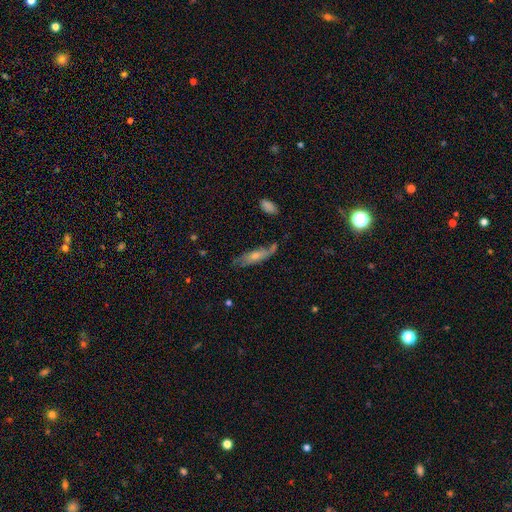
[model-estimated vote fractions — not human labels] smooth-or-featured: smooth: 54% | featured or disk: 40% | star or artifact: 6%
  how-rounded: cigar-shaped: 55% | in between: 43% | round: 2%
  merging: none: 56% | minor disturbance: 27% | major disturbance: 10% | merger: 7%